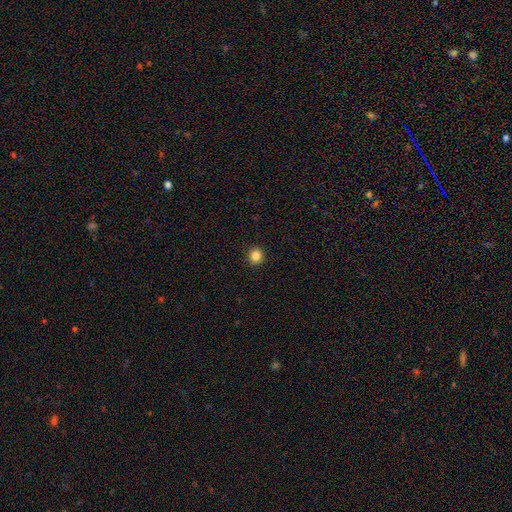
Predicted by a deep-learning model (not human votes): A smooth galaxy with no disk features (85%) that is round (86%). Merging: none (92%).